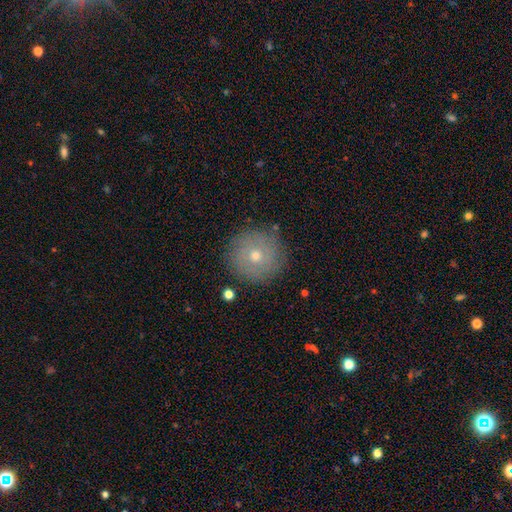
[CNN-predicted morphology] Smooth or featured: smooth — 54% (featured or disk — 34%)
How rounded: round — 96% (in between — 3%)
Merging: none — 87% (minor disturbance — 9%)